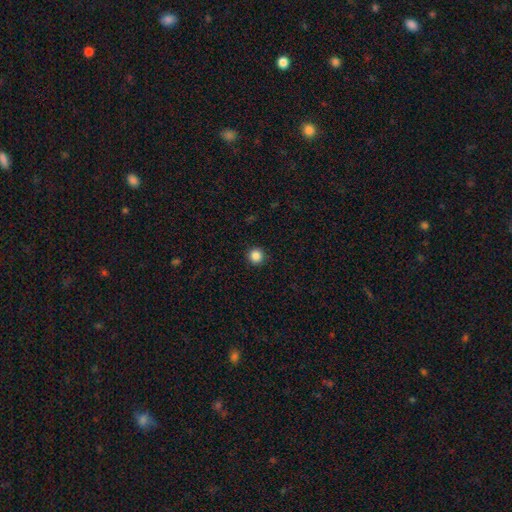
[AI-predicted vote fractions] A smooth galaxy with no disk features (87%) that is round (96%). Merging: none (93%).